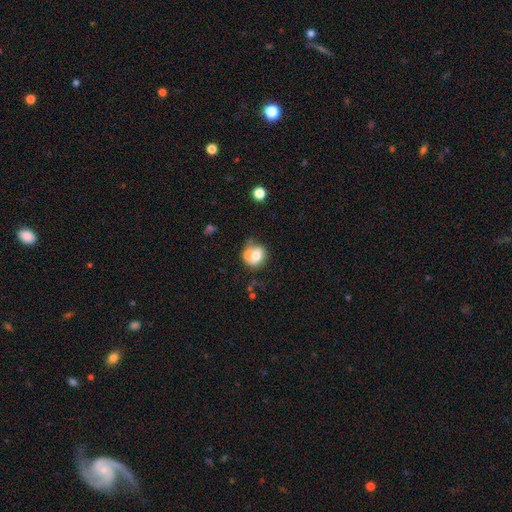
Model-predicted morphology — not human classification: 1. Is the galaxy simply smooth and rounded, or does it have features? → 68% smooth, 23% featured or disk, 9% star or artifact.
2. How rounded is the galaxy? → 79% round, 20% in between, 1% cigar-shaped.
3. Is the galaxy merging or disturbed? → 46% none, 27% minor disturbance, 15% merger, 12% major disturbance.